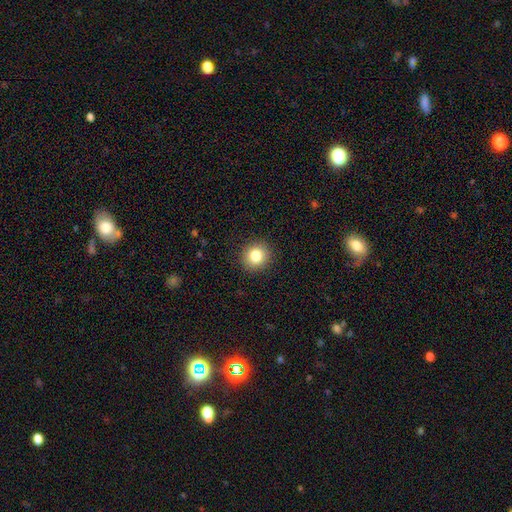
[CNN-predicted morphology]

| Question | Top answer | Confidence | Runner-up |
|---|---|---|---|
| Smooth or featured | smooth | 83% | star or artifact (10%) |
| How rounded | round | 87% | in between (12%) |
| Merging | none | 91% | minor disturbance (6%) |